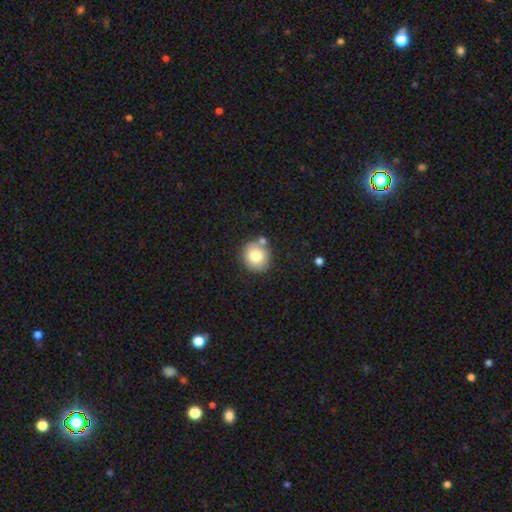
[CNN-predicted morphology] type=smooth (79%); roundness=round (81%); merging=none (72%).